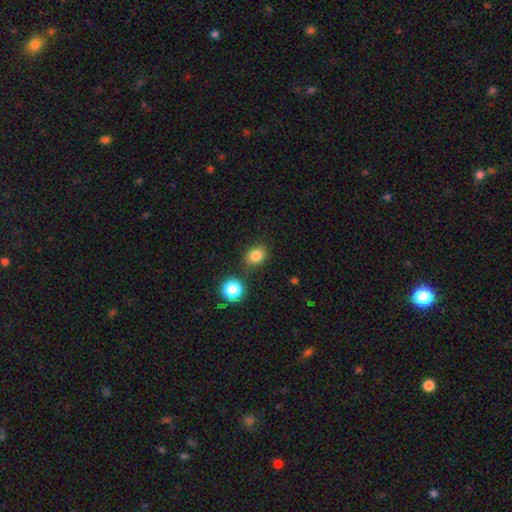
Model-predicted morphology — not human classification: smooth 82%, star or artifact 12%, featured or disk 6%. Down the decision tree: how rounded — round (57%); merging — none (74%).